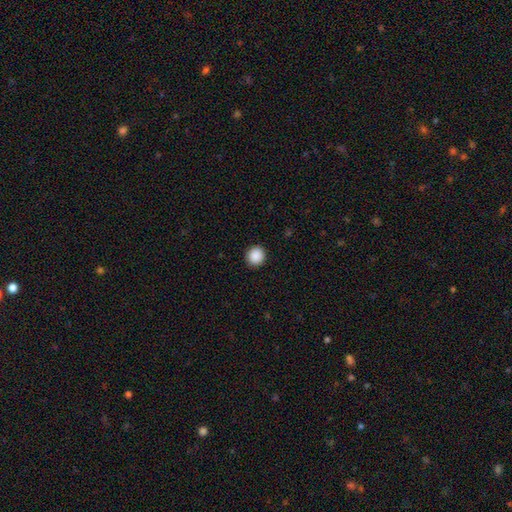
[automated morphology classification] type=smooth (89%); roundness=round (90%); merging=none (92%).